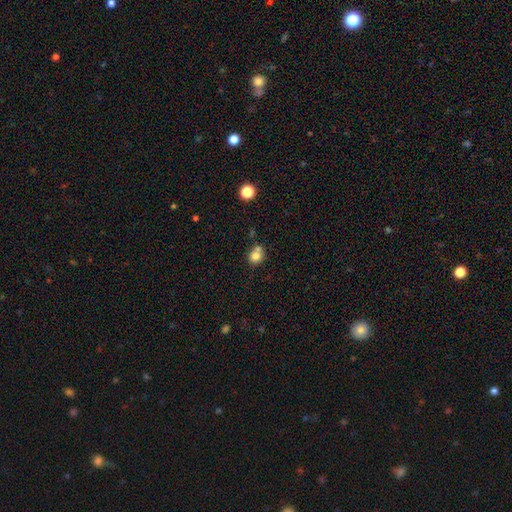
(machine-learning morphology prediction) Smooth or featured: smooth — 78% (star or artifact — 12%)
How rounded: round — 78% (in between — 21%)
Merging: none — 51% (merger — 33%)